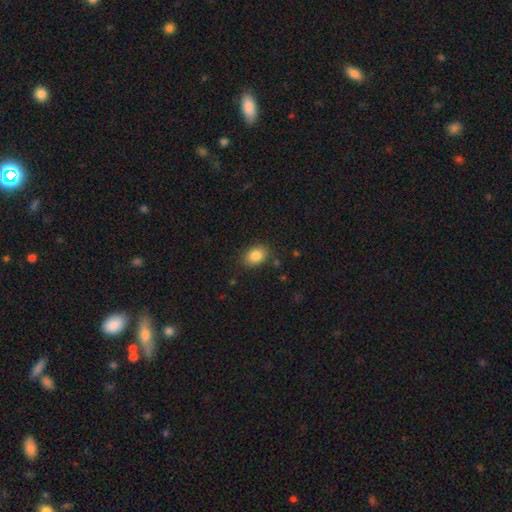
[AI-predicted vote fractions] smooth 86%, star or artifact 8%, featured or disk 6%. Down the decision tree: how rounded — in between (75%); merging — none (84%).